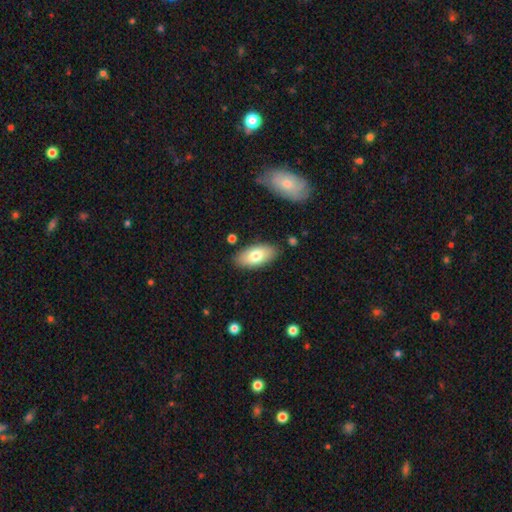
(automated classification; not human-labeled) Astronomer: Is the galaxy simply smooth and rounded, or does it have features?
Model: smooth — 76%.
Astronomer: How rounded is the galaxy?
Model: in between — 91%.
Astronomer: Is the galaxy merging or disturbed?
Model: none — 85%.